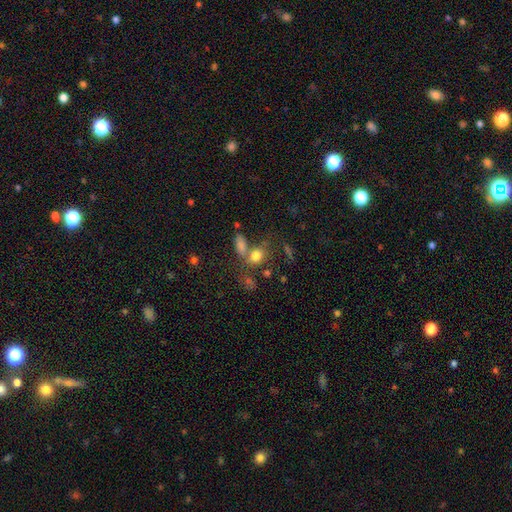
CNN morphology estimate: Q: Smooth or featured?
A: smooth (77%); runner-up: star or artifact (13%)
Q: How rounded?
A: in between (54%); runner-up: round (43%)
Q: Merging?
A: none (47%); runner-up: merger (33%)